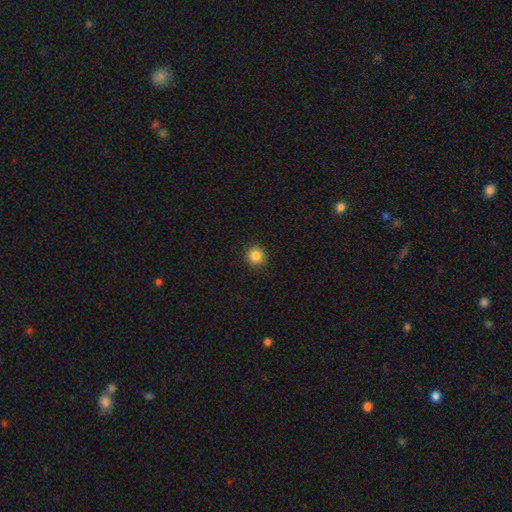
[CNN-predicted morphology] type=smooth (85%); roundness=round (93%); merging=none (92%).